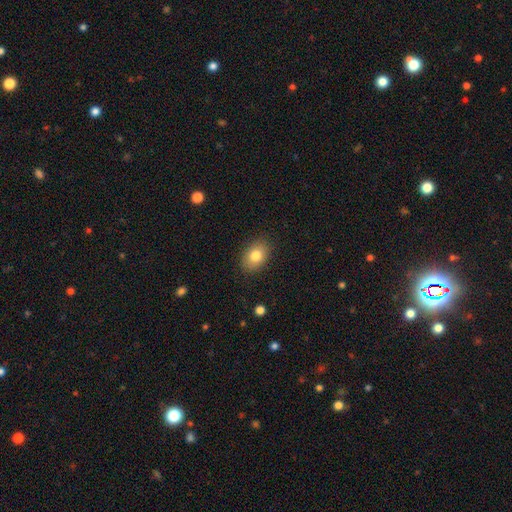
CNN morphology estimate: type=smooth (80%); roundness=in between (79%); merging=none (87%).